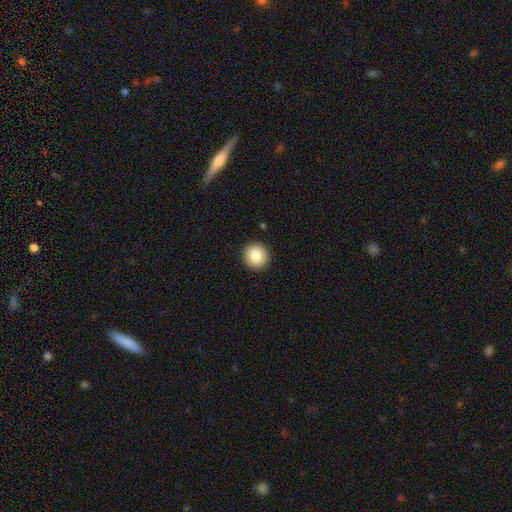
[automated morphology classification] smooth_or_featured: smooth (p=0.84) [alt: star or artifact p=0.09]
how_rounded: round (p=0.95) [alt: in between p=0.04]
merging: none (p=0.93) [alt: minor disturbance p=0.05]